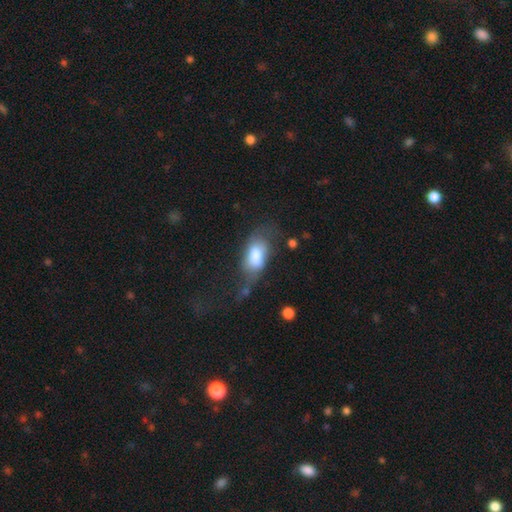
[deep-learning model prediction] The model was most divided on "merging": major disturbance: 35%, none: 32%, minor disturbance: 27%, merger: 6%. More confident: how rounded — in between (89%); smooth or featured — smooth (68%).